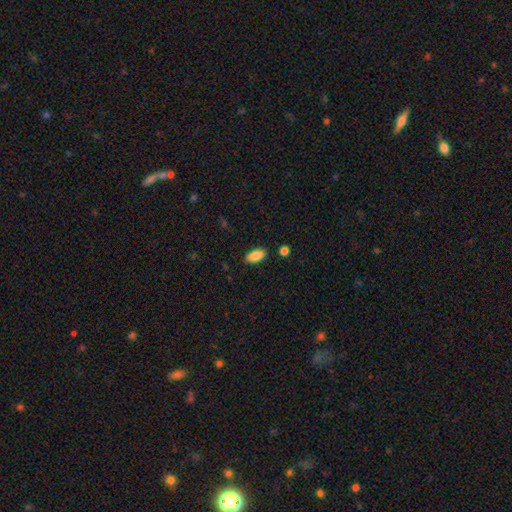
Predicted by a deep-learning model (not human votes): Smooth or featured?
  - smooth: 87% *
  - star or artifact: 7%
  - featured or disk: 6%
How rounded?
  - in between: 93% *
  - cigar-shaped: 5%
  - round: 3%
Merging?
  - none: 86% *
  - minor disturbance: 10%
  - merger: 2%
  - major disturbance: 2%